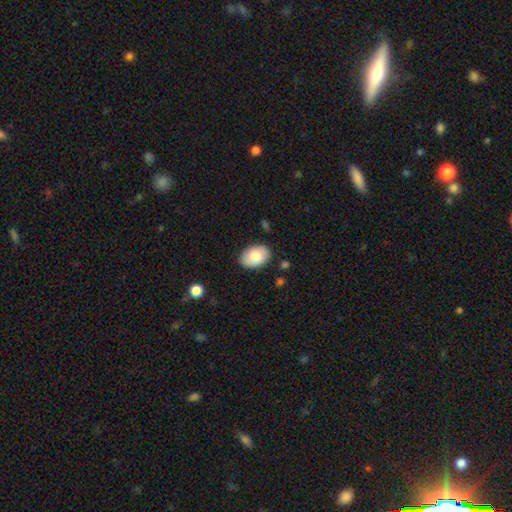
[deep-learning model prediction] smooth 76%, featured or disk 18%, star or artifact 7%. Down the decision tree: how rounded — in between (82%); merging — none (83%).